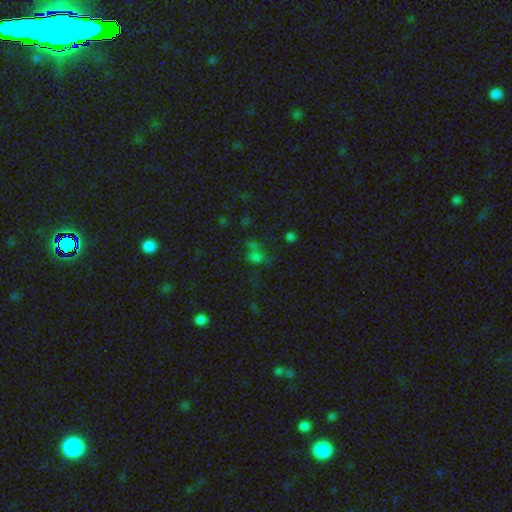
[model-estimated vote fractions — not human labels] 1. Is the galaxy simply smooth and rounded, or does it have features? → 50% smooth, 38% star or artifact, 12% featured or disk.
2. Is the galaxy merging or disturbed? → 43% none, 23% merger, 18% minor disturbance, 16% major disturbance.